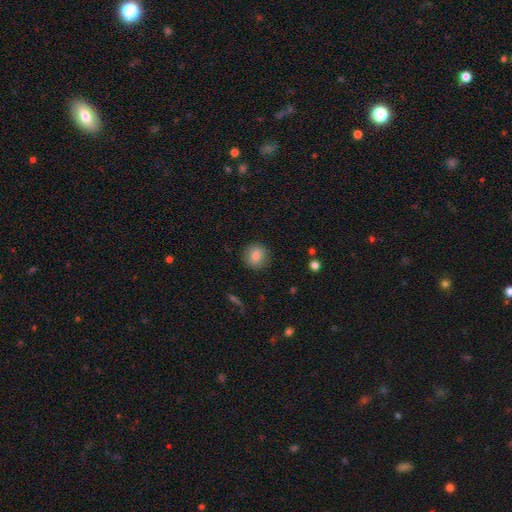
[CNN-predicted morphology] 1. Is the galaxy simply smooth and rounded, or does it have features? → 81% smooth, 10% featured or disk, 9% star or artifact.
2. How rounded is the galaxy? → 89% round, 10% in between, 1% cigar-shaped.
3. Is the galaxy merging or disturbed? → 88% none, 8% minor disturbance, 3% major disturbance, 1% merger.